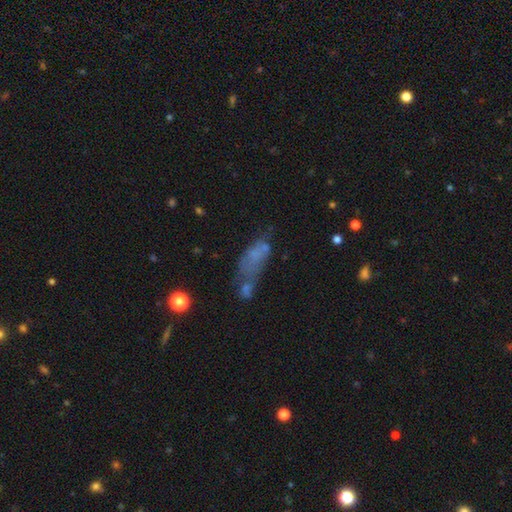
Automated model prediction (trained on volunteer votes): Smooth or featured? Predicted: smooth (p=0.49). Merging? Predicted: none (p=0.28, tied with merger).